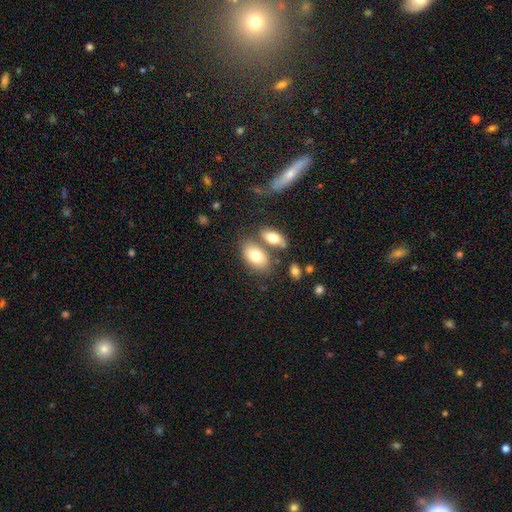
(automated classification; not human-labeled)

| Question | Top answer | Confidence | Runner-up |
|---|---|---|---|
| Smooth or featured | smooth | 78% | featured or disk (15%) |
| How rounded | in between | 90% | round (8%) |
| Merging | none | 56% | merger (28%) |